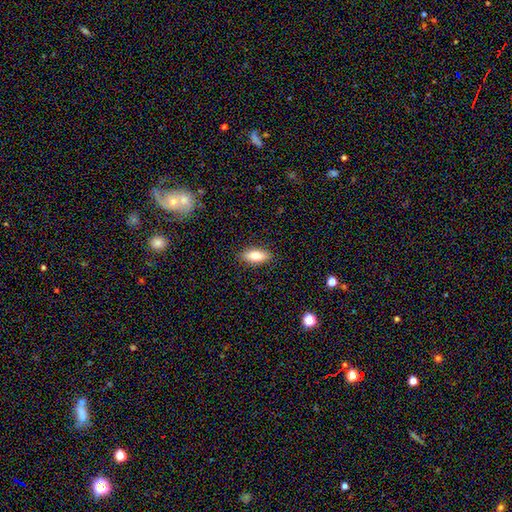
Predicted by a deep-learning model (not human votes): Smooth or featured? Predicted: smooth (p=0.77). How rounded? Predicted: in between (p=0.81). Merging? Predicted: none (p=0.88).